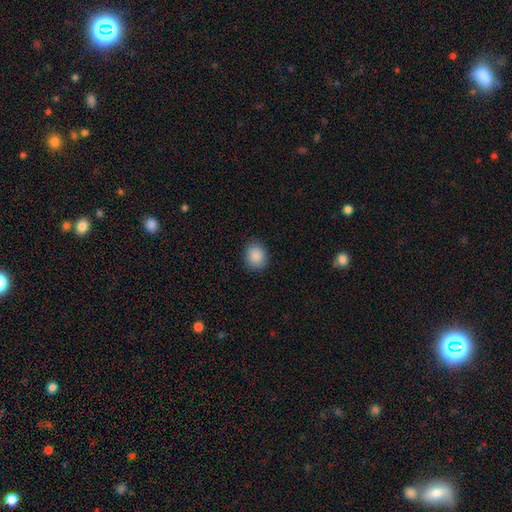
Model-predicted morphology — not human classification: Smooth or featured? smooth (89%)
How rounded? round (61%)
Merging? none (88%)